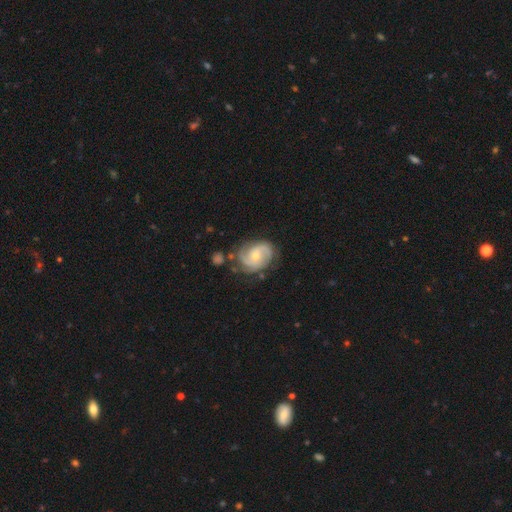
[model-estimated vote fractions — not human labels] The model was most divided on "spiral winding": tight: 46%, medium: 42%, loose: 12%. More confident: edge-on disk — no (98%); spiral arms — yes (96%); smooth or featured — featured or disk (83%); merging — none (65%); bar — no (64%); spiral arm count — 2 (55%); bulge size — small (54%).